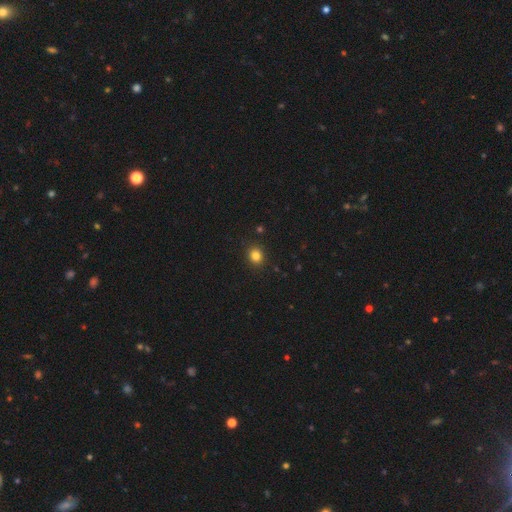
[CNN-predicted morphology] smooth-or-featured: smooth: 83% | star or artifact: 13% | featured or disk: 4%
  how-rounded: round: 77% | in between: 23% | cigar-shaped: 1%
  merging: none: 90% | minor disturbance: 7% | major disturbance: 2% | merger: 1%